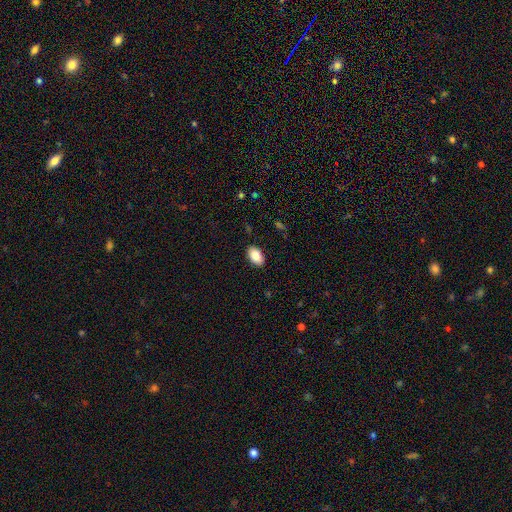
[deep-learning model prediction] Morphology: type=smooth (86%); roundness=in between (93%); merging=none (89%).